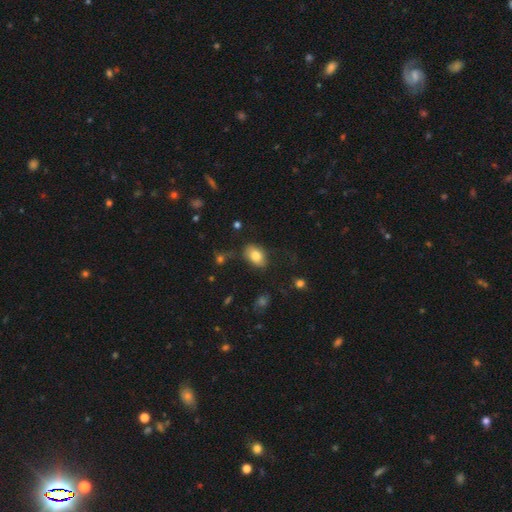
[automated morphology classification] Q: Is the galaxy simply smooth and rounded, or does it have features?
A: smooth — 80%.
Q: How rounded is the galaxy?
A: in between — 87%.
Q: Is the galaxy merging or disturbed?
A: none — 71%.